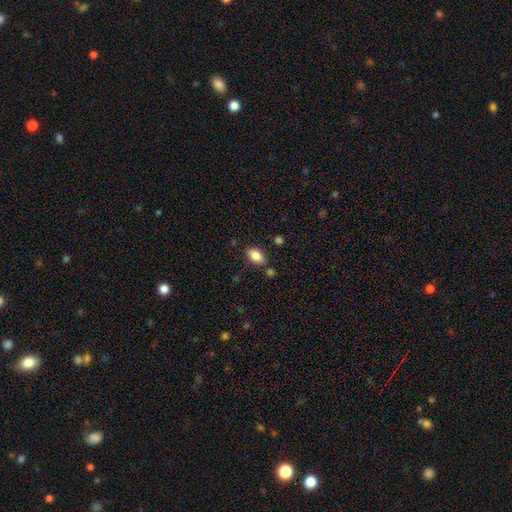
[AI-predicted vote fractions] The model was most divided on "merging": none: 80%, minor disturbance: 11%, merger: 6%, major disturbance: 3%. More confident: how rounded — in between (88%); smooth or featured — smooth (87%).